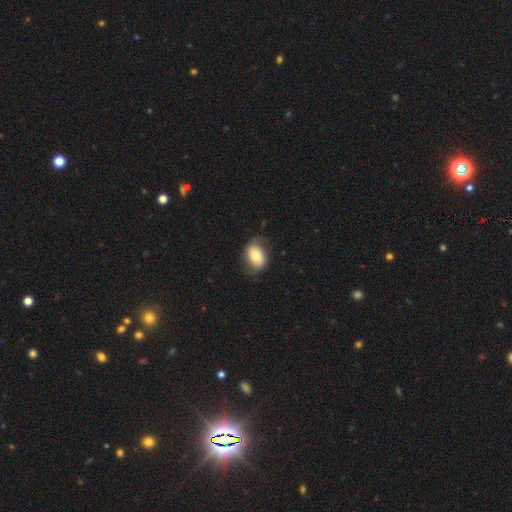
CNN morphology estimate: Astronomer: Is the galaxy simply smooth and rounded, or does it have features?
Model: smooth — 64%.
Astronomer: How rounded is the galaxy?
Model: in between — 76%.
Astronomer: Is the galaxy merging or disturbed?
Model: none — 63%.